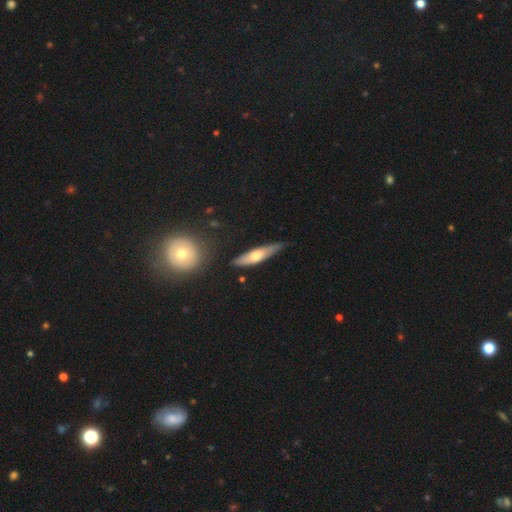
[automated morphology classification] smooth 53%, featured or disk 41%, star or artifact 5%. Down the decision tree: how rounded — cigar-shaped (73%); merging — none (69%).